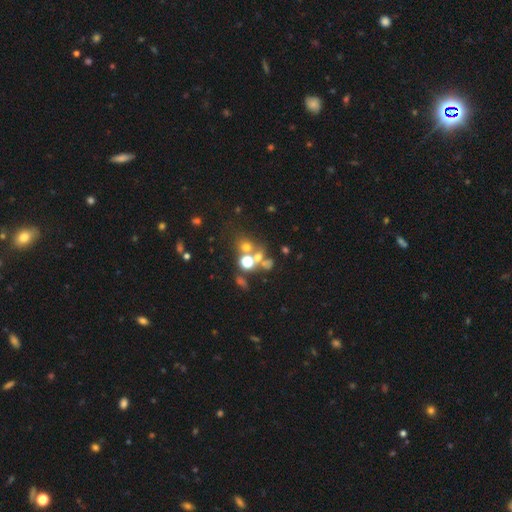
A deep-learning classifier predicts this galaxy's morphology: type=star or artifact (45%).